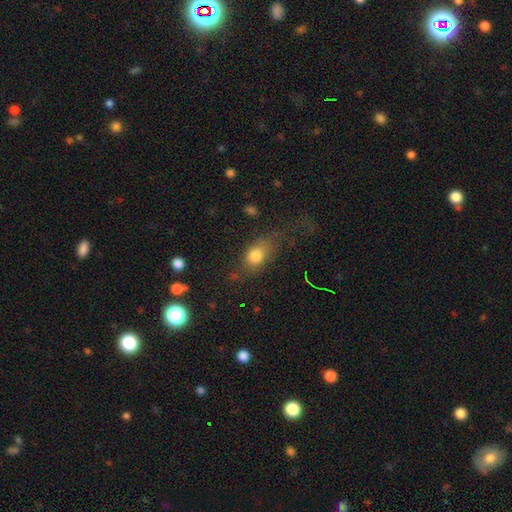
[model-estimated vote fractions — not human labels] Overall: smooth (78%). How rounded: in between (69%). Merging: none (52%; minor disturbance 23%).